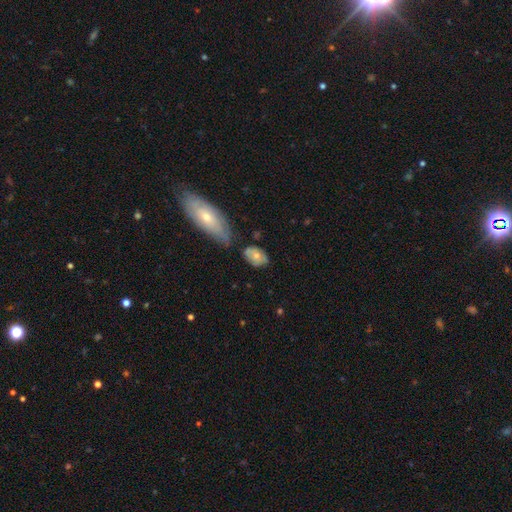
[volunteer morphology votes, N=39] Q: Smooth or featured?
A: featured or disk (46%); runner-up: smooth (44%)
Q: Edge-on disk?
A: no (78%); runner-up: yes (22%)
Q: Bar?
A: no (86%); runner-up: strong (7%)
Q: Spiral arms?
A: yes (79%); runner-up: no (21%)
Q: Spiral winding?
A: tight (91%); runner-up: medium (9%)
Q: Spiral arm count?
A: can't tell (55%); runner-up: 2 (18%)
Q: Bulge size?
A: moderate (79%); runner-up: small (21%)
Q: Merging?
A: none (57%); runner-up: minor disturbance (31%)